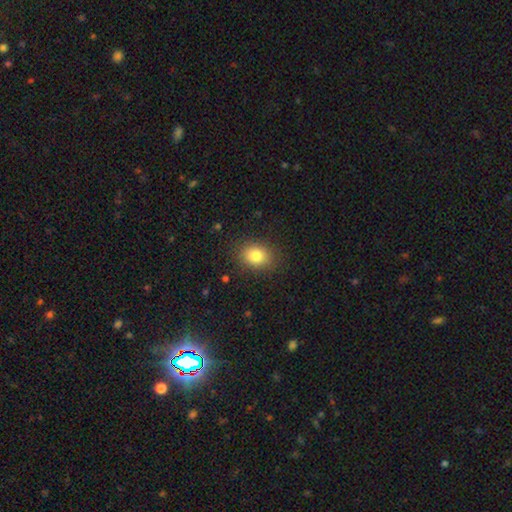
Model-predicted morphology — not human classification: A smooth galaxy with no disk features (81%) that is in between round and cigar-shaped (52%). Merging: none (85%).